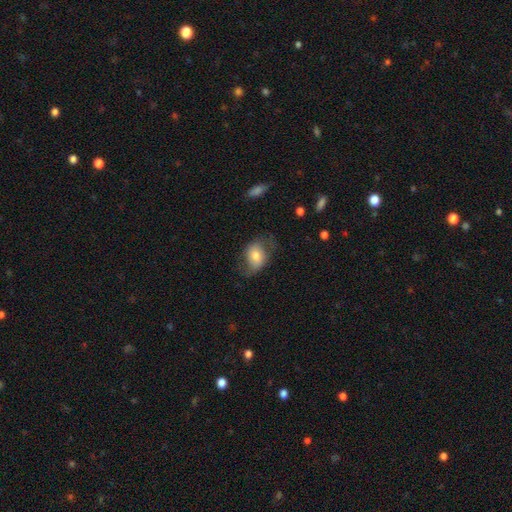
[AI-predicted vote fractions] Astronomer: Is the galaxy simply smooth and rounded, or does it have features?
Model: smooth — 62%.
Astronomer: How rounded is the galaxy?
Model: in between — 71%.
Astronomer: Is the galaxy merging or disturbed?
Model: none — 56%.